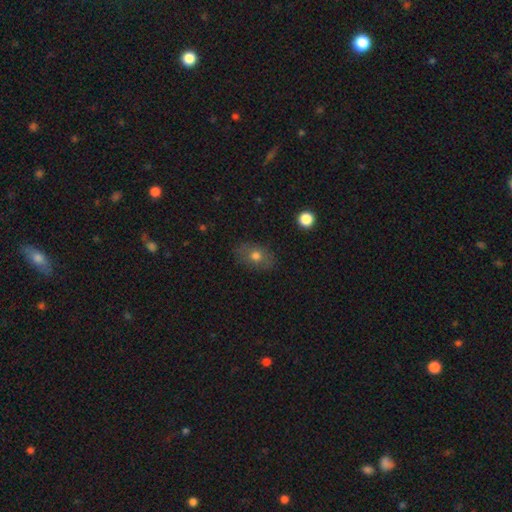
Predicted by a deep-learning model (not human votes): Smooth or featured?
  - smooth: 66% *
  - featured or disk: 22%
  - star or artifact: 12%
How rounded?
  - in between: 76% *
  - round: 23%
  - cigar-shaped: 2%
Merging?
  - none: 84% *
  - minor disturbance: 12%
  - major disturbance: 3%
  - merger: 1%